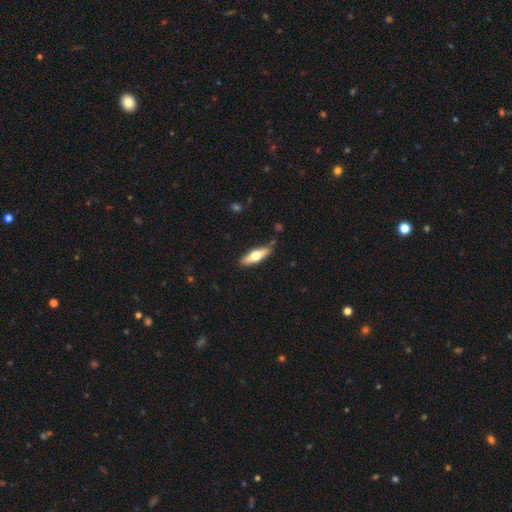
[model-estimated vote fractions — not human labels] A smooth galaxy with no disk features (51%) that is cigar-shaped (59%). Merging: none (85%).